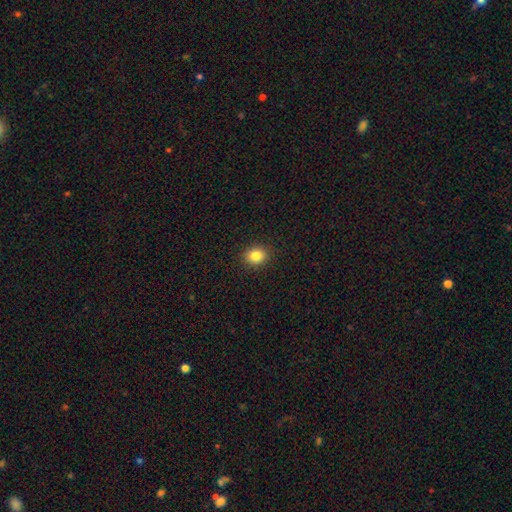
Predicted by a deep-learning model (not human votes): smooth-or-featured: smooth: 84% | star or artifact: 10% | featured or disk: 6%
  how-rounded: round: 62% | in between: 37% | cigar-shaped: 1%
  merging: none: 91% | minor disturbance: 7% | major disturbance: 2% | merger: 1%